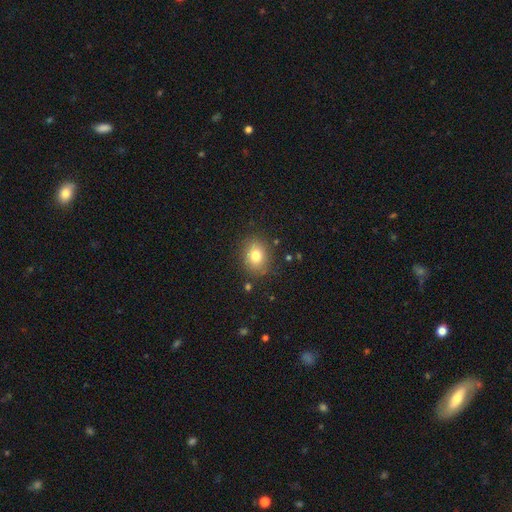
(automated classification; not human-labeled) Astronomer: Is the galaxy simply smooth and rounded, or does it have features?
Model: smooth — 79%.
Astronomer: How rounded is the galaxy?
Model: round — 56% (runner-up: in between, 43%).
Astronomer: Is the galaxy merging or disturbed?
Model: none — 84%.